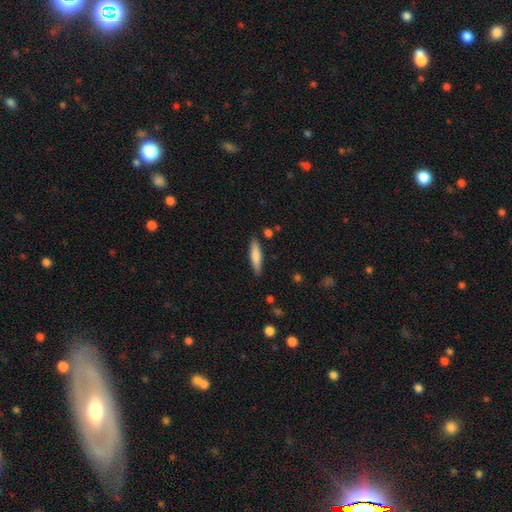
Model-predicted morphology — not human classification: Smooth or featured? Predicted: smooth (p=0.76). How rounded? Predicted: cigar-shaped (p=0.78). Merging? Predicted: none (p=0.87).